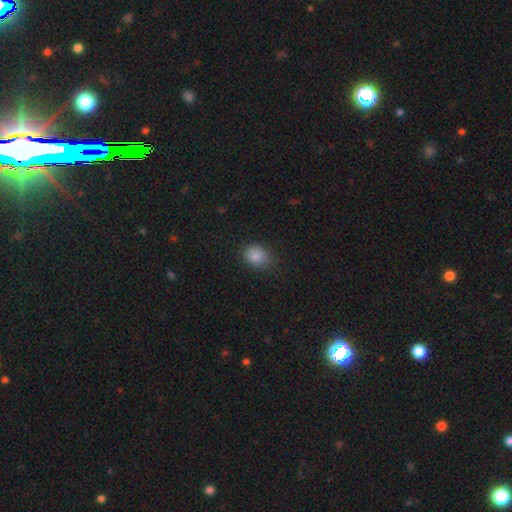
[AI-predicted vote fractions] Smooth or featured? smooth (85%)
How rounded? round (50%)
Merging? none (73%)